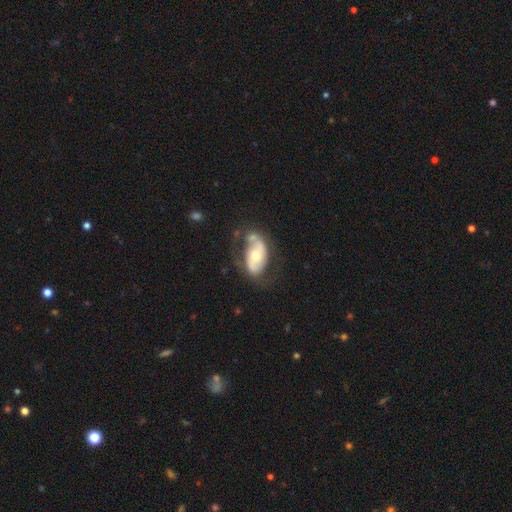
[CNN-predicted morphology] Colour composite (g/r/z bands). It shows a featured or disk galaxy (59%) with no bar (64%), spiral arms (52%) and a moderate central bulge (68%). Merging: none (49%).